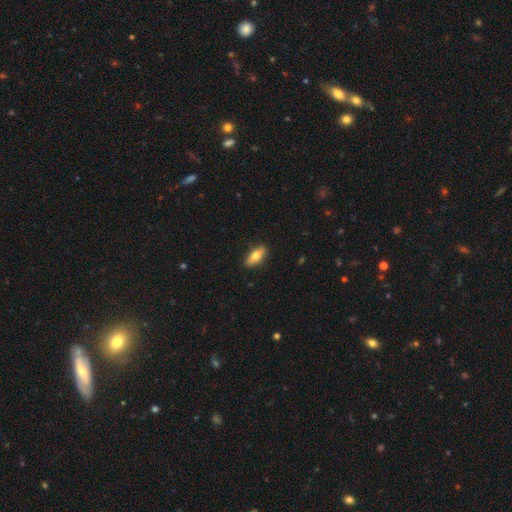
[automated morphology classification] This is likely a smooth galaxy (73%). How rounded: likely in between (74%). Merging: clearly none (88%).